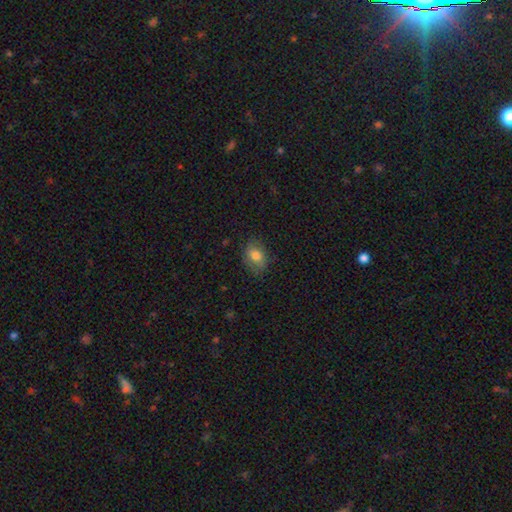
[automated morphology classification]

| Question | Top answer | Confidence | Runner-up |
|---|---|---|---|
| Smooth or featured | smooth | 75% | featured or disk (16%) |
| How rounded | in between | 72% | round (27%) |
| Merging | none | 73% | minor disturbance (20%) |